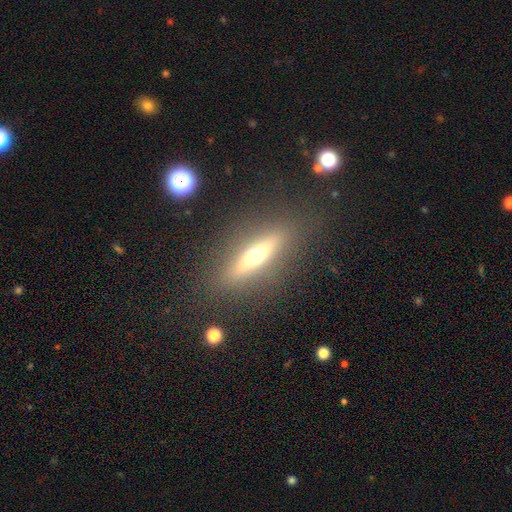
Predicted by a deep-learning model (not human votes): smooth-or-featured: featured or disk: 56% | smooth: 35% | star or artifact: 9%
  disk-edge-on: yes: 87% | no: 13%
  merging: none: 85% | minor disturbance: 9% | major disturbance: 4% | merger: 2%